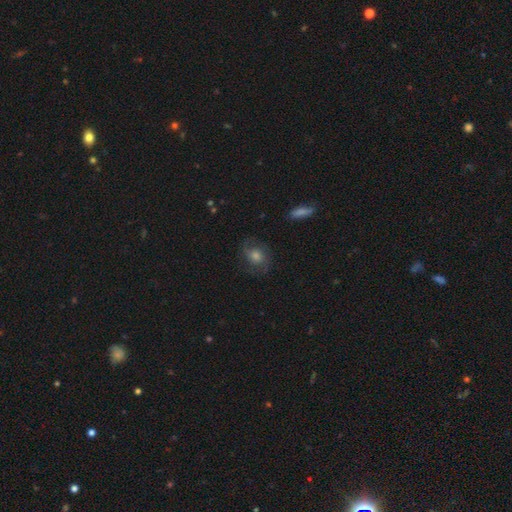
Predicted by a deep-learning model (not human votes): A featured or disk galaxy (60%) with no bar (67%), 2 (78%) medium (49%) spiral arms (91%) and a moderate central bulge (51%). Merging: none (77%).